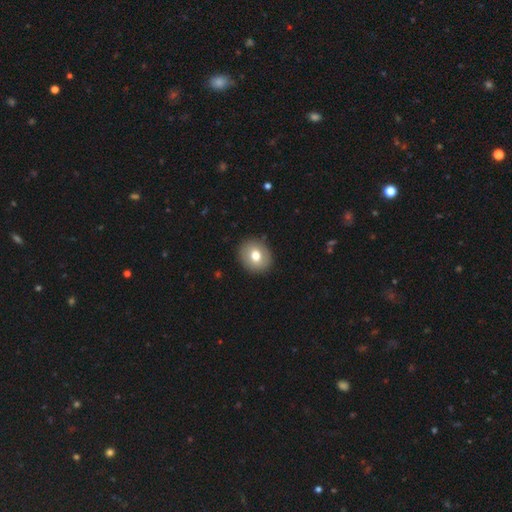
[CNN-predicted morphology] type=smooth (74%); roundness=round (76%); merging=none (89%).